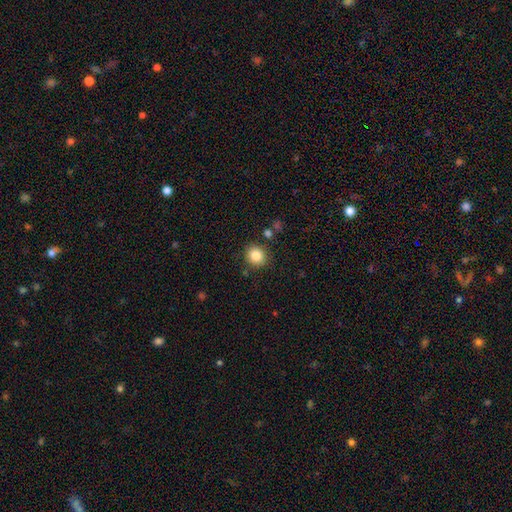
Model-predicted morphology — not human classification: A smooth galaxy with no disk features (85%) that is round (84%).

Vote fractions:
- Smooth or featured? smooth: 85% / star or artifact: 10% / featured or disk: 5%
- How rounded? round: 84% / in between: 15% / cigar-shaped: 1%
- Merging? none: 86% / minor disturbance: 8% / merger: 3% / major disturbance: 3%